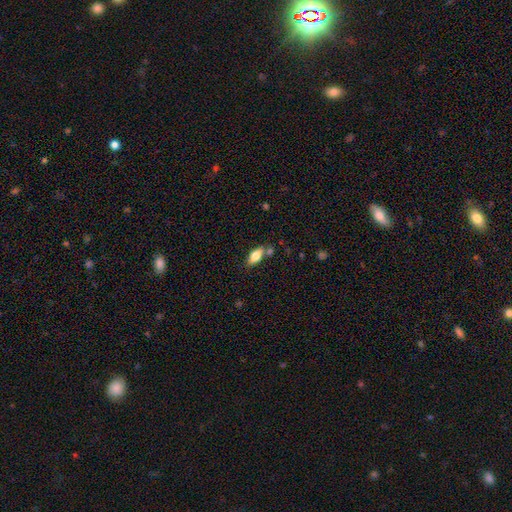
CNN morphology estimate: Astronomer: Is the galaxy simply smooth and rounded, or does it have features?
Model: smooth — 78%.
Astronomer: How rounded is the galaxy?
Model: in between — 86%.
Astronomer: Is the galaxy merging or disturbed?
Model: none — 67%.